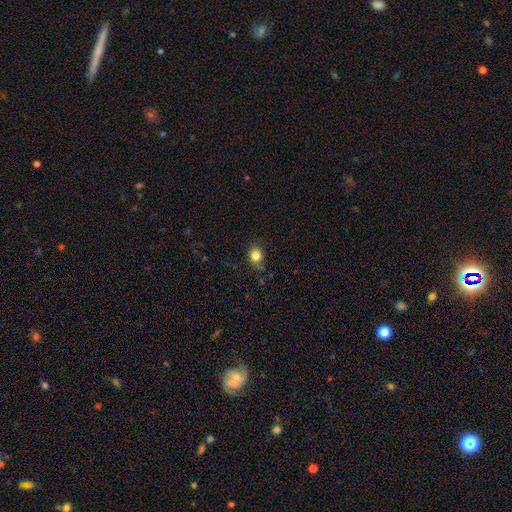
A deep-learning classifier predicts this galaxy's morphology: Smooth or featured?
  - smooth: 84% *
  - star or artifact: 11%
  - featured or disk: 5%
How rounded?
  - round: 68% *
  - in between: 31%
  - cigar-shaped: 1%
Merging?
  - none: 72% *
  - minor disturbance: 21%
  - major disturbance: 5%
  - merger: 2%